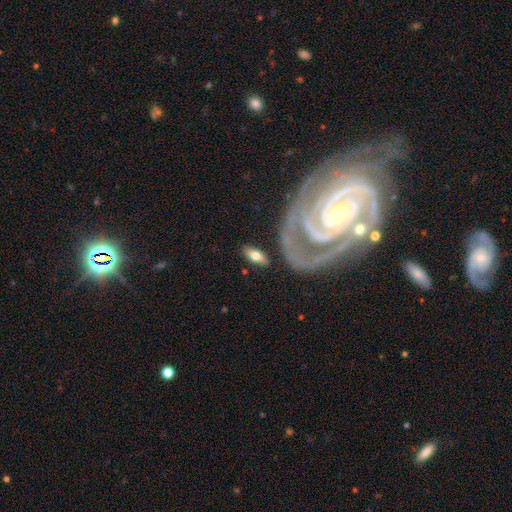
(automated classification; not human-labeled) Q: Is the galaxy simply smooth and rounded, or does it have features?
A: smooth — 62%.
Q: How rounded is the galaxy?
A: in between — 80%.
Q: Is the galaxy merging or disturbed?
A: none — 77%.